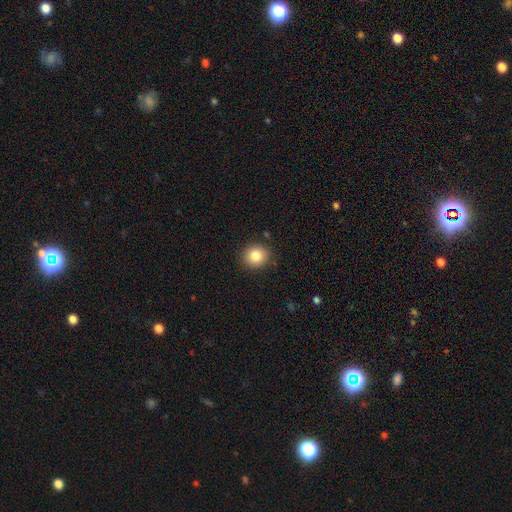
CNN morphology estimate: smooth 84%, star or artifact 10%, featured or disk 6%. Down the decision tree: how rounded — round (85%); merging — none (89%).